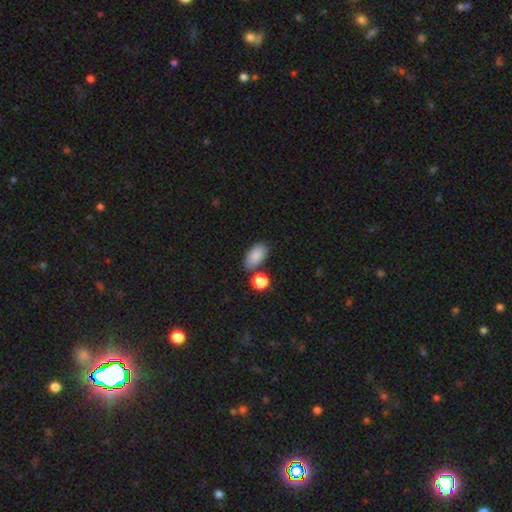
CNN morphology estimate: Overall: smooth (86%). How rounded: in between (92%). Merging: none (71%).